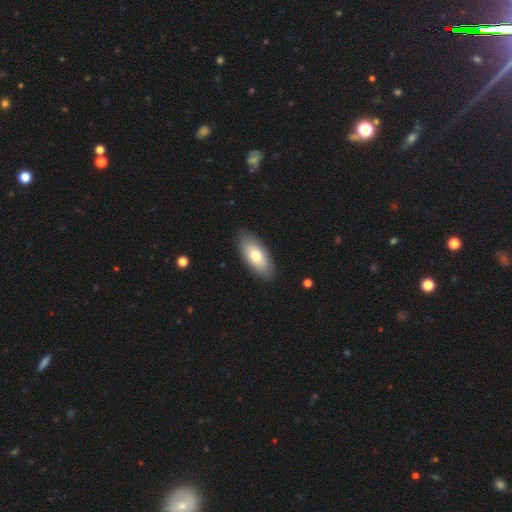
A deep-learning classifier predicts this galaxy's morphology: A smooth galaxy with no disk features (74%) that is in between round and cigar-shaped (91%). Merging: none (87%).